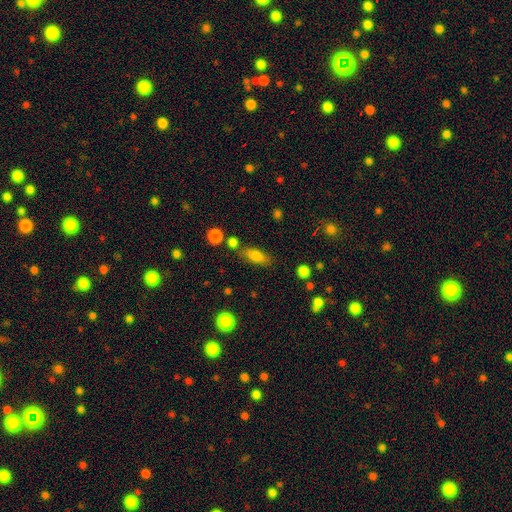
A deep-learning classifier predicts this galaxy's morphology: smooth_or_featured: smooth (p=0.78) [alt: featured or disk p=0.13]
how_rounded: in between (p=0.73) [alt: cigar-shaped p=0.23]
merging: none (p=0.71) [alt: minor disturbance p=0.15]